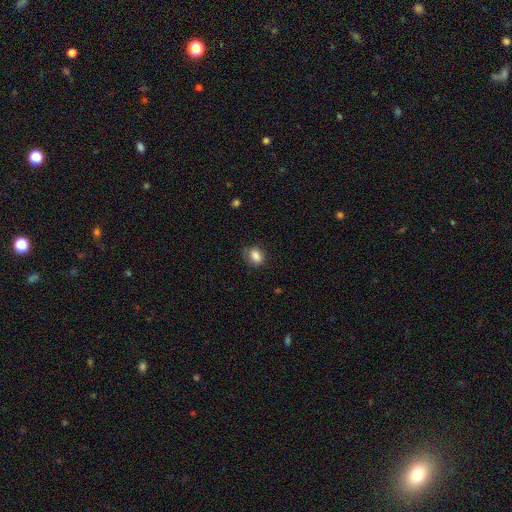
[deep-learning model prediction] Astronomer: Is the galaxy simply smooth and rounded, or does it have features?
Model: smooth — 85%.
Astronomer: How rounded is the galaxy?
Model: in between — 66%.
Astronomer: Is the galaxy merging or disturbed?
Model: none — 69%.